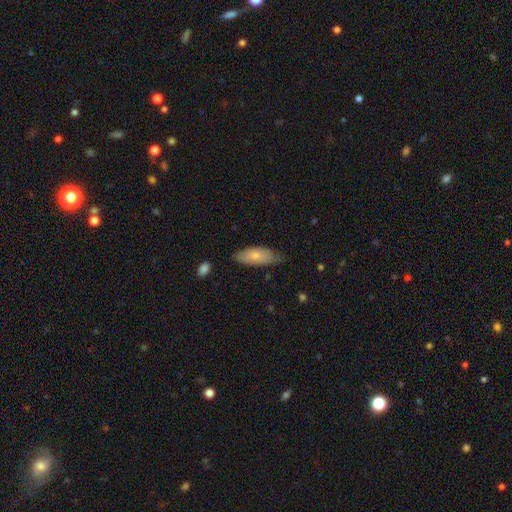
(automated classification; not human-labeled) A smooth galaxy with no disk features (74%) that is in between round and cigar-shaped (78%).

Vote fractions:
- Smooth or featured? smooth: 74% / featured or disk: 20% / star or artifact: 6%
- How rounded? in between: 78% / cigar-shaped: 20% / round: 2%
- Merging? none: 69% / minor disturbance: 26% / major disturbance: 4% / merger: 2%